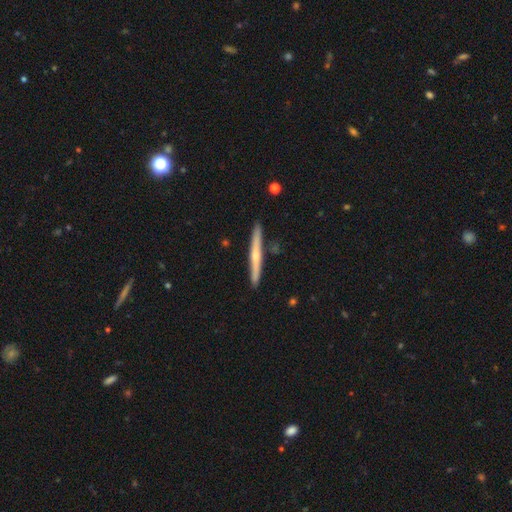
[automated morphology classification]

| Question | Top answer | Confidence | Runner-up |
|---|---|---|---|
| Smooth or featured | featured or disk | 58% | smooth (37%) |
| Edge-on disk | yes | 97% | no (3%) |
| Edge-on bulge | rounded | 64% | none (32%) |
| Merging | none | 89% | minor disturbance (7%) |